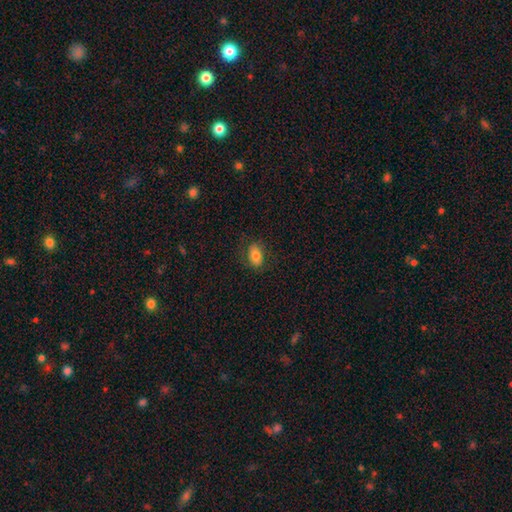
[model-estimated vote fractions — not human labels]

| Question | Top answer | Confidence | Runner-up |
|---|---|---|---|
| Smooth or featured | smooth | 78% | featured or disk (14%) |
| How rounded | in between | 88% | round (9%) |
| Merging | none | 79% | minor disturbance (14%) |